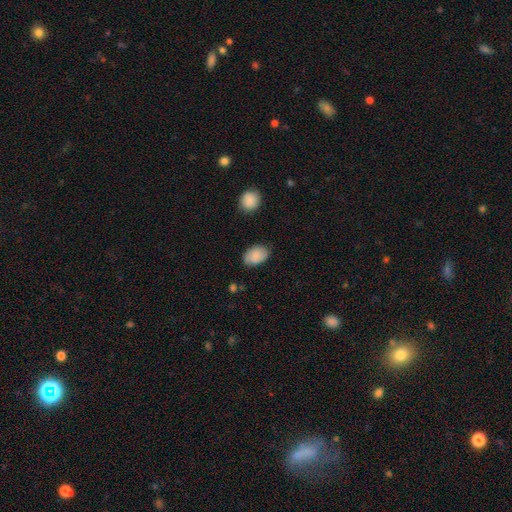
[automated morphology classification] Smooth or featured? Predicted: smooth (p=0.80). How rounded? Predicted: in between (p=0.85). Merging? Predicted: none (p=0.78).